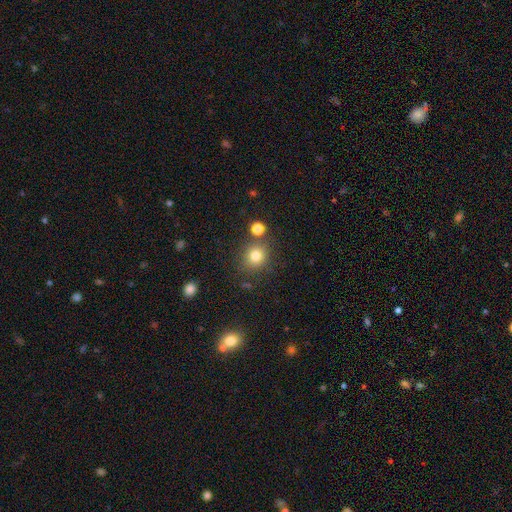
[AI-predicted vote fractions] Morphology: type=smooth (80%); roundness=round (84%); merging=none (77%).